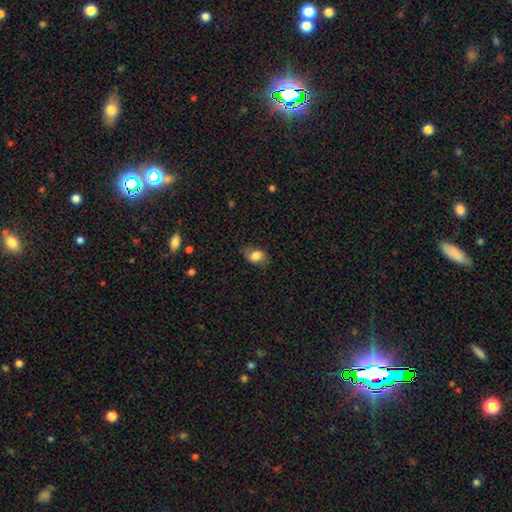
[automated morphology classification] Smooth or featured: smooth — 80% (featured or disk — 11%)
How rounded: in between — 77% (round — 21%)
Merging: none — 70% (minor disturbance — 22%)